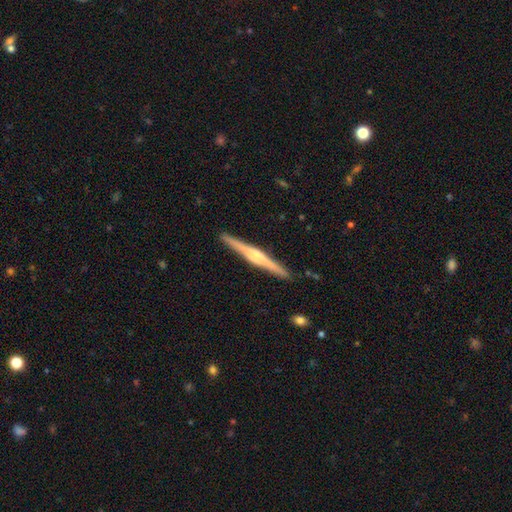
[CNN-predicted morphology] A featured or disk galaxy (79%) viewed edge-on (98%) with a rounded central bulge (81%).

Vote fractions:
- Smooth or featured? featured or disk: 79% / smooth: 16% / star or artifact: 5%
- Edge-on disk? yes: 98% / no: 2%
- Edge-on bulge? rounded: 81% / boxy: 11% / none: 7%
- Merging? none: 92% / minor disturbance: 6% / major disturbance: 1% / merger: 1%